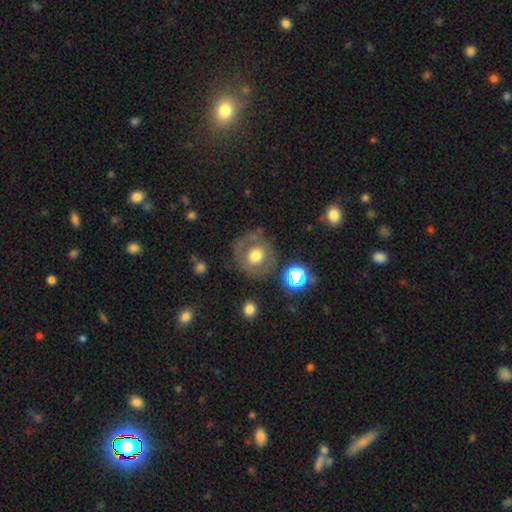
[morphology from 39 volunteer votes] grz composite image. It shows a smooth galaxy with no disk features (46%) that is round (94%). Merging: none (83%).